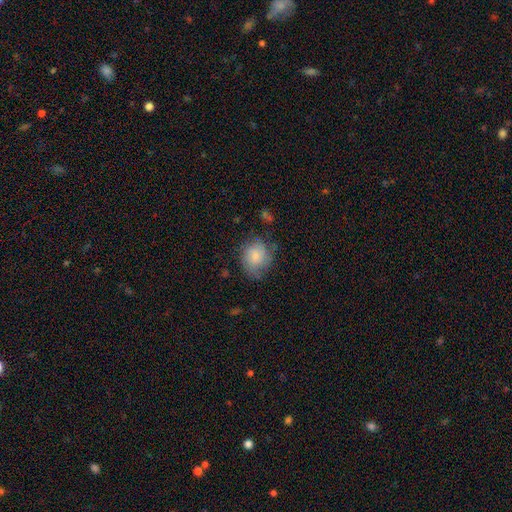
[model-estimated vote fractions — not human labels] This appears to be a smooth galaxy with no disk features (77%) that is round (71%). Merging: none (63%).